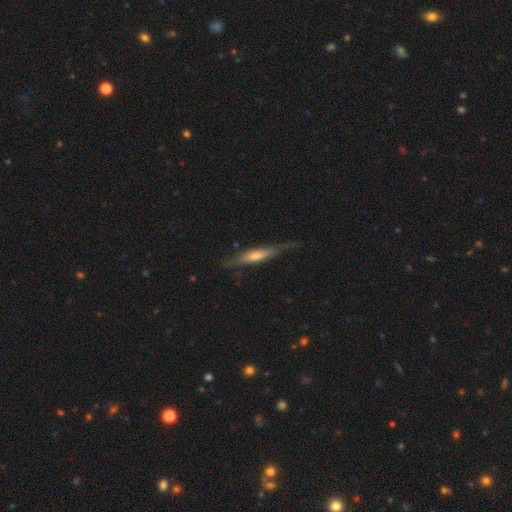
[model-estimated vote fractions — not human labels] The model was most divided on "smooth or featured": featured or disk: 58%, smooth: 36%, star or artifact: 6%. More confident: edge-on disk — yes (89%); merging — none (69%); edge-on bulge — rounded (54%).